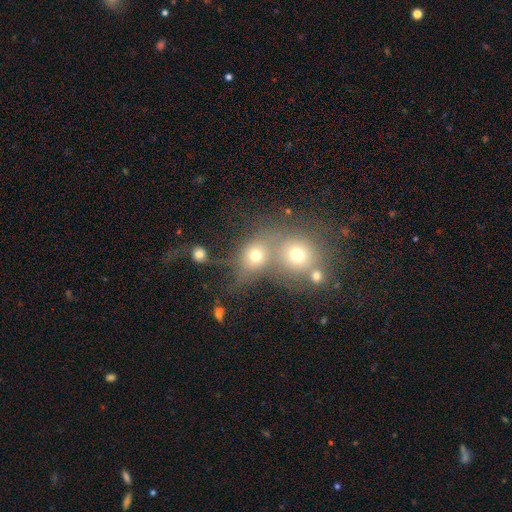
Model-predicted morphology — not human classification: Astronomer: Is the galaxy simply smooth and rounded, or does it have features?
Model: smooth — 70%.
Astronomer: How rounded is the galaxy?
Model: round — 68%.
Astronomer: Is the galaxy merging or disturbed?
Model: merger — 53% (runner-up: none, 34%).